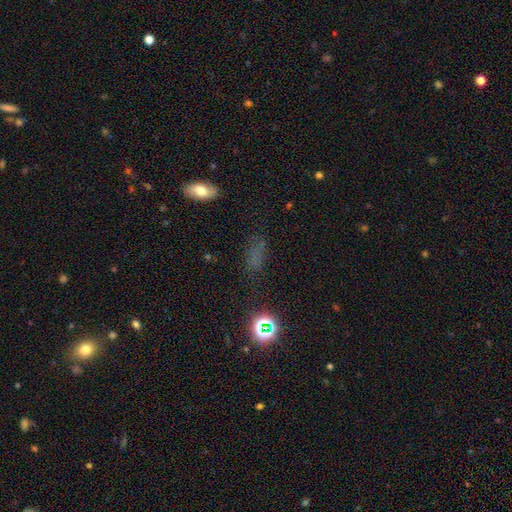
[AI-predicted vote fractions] The model was most divided on "smooth or featured": smooth: 51%, star or artifact: 35%, featured or disk: 14%. More confident: merging — none (68%); how rounded — in between (67%).